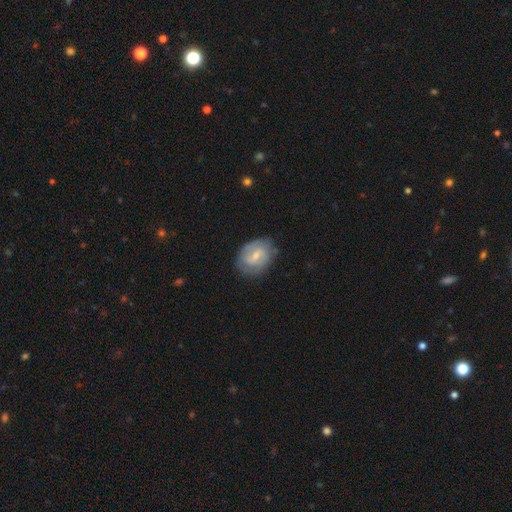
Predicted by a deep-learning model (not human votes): This is possibly a featured or disk galaxy (56%). It is clearly not viewed edge-on (96%). Bar: possibly weak (58%). Spiral arm pattern: likely yes (73%). Central bulge: possibly small (57%). Merging: likely none (75%).